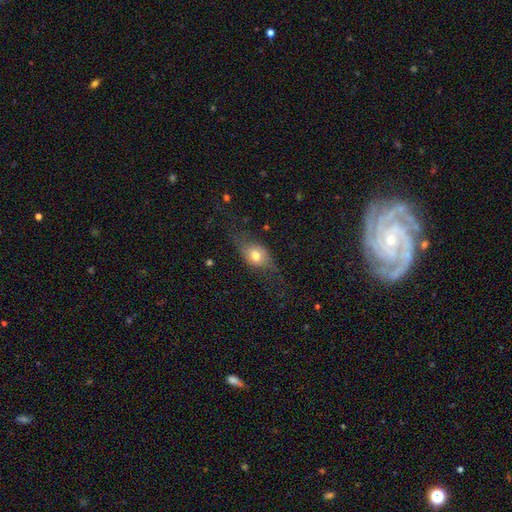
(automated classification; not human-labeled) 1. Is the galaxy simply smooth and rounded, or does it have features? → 53% smooth, 37% featured or disk, 10% star or artifact.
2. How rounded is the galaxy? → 63% in between, 31% round, 6% cigar-shaped.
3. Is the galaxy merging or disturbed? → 56% none, 24% minor disturbance, 18% major disturbance, 2% merger.